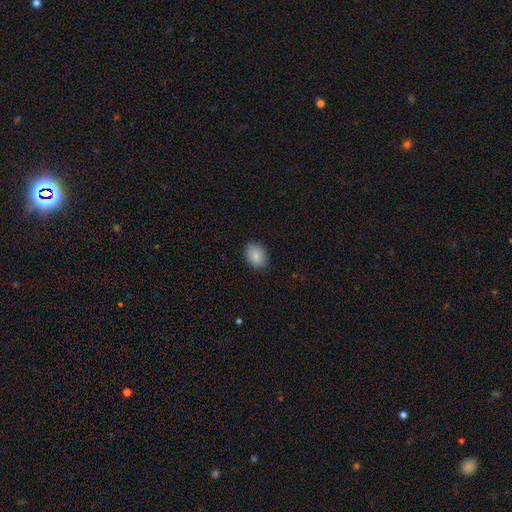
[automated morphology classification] smooth-or-featured: smooth: 87% | star or artifact: 7% | featured or disk: 6%
  how-rounded: in between: 73% | round: 26% | cigar-shaped: 1%
  merging: none: 86% | minor disturbance: 10% | major disturbance: 2% | merger: 1%